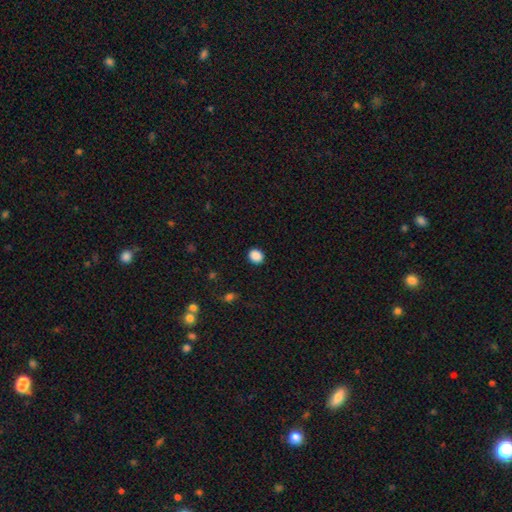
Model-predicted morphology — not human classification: A smooth galaxy with no disk features (89%) that is round (68%).

Vote fractions:
- Smooth or featured? smooth: 89% / star or artifact: 9% / featured or disk: 2%
- How rounded? round: 68% / in between: 31% / cigar-shaped: 1%
- Merging? none: 90% / minor disturbance: 6% / major disturbance: 2% / merger: 1%